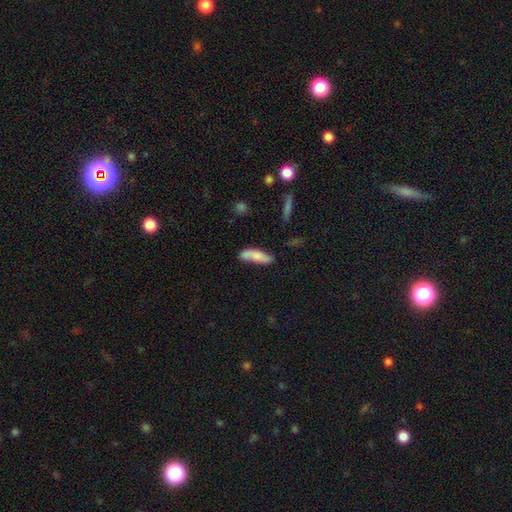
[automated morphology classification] Overall: smooth (74%). How rounded: in between (50%; cigar-shaped 48%). Merging: none (63%; minor disturbance 23%).